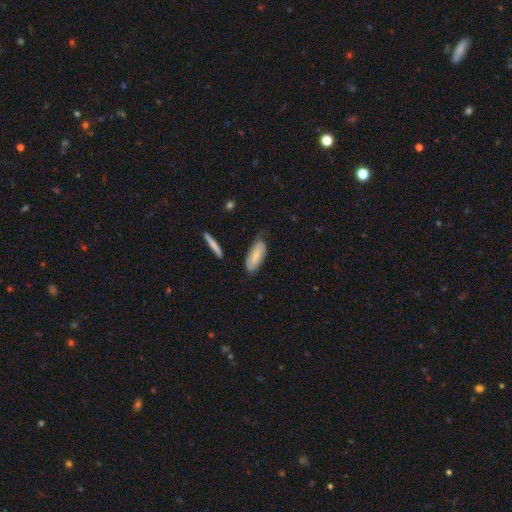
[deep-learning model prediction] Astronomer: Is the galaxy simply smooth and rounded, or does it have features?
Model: smooth — 64%.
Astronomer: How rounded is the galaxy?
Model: in between — 76%.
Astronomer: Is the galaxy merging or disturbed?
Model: none — 58%.